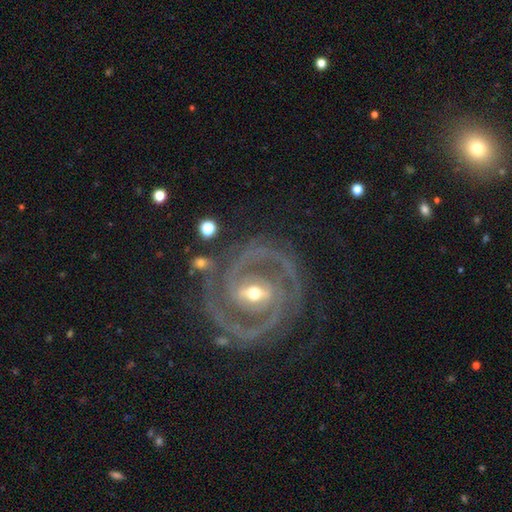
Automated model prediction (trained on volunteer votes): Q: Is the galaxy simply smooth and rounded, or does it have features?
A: featured or disk — 91%.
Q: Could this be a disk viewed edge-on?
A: no — 97%.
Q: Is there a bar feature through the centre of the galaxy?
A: strong — 43%.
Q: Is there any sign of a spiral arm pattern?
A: yes — 98%.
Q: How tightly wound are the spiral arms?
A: tight — 62%.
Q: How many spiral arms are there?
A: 2 — 85%.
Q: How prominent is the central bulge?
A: moderate — 51%.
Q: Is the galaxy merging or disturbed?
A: none — 78%.